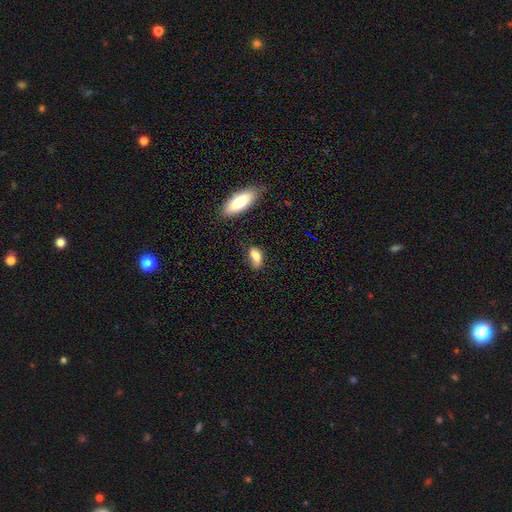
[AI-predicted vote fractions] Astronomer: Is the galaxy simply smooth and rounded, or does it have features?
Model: smooth — 72%.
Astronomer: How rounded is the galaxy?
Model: in between — 80%.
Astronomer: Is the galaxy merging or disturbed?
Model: none — 43% (runner-up: minor disturbance, 26%).